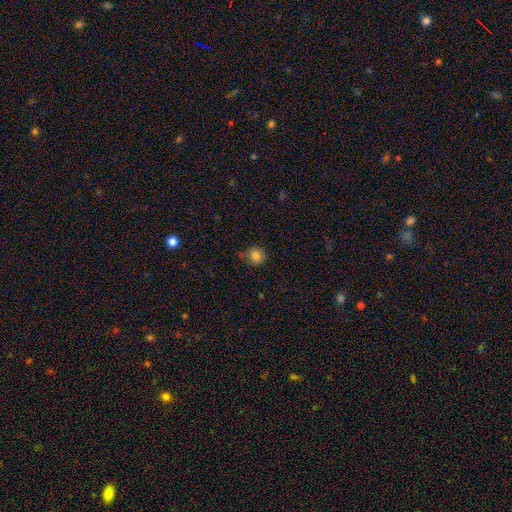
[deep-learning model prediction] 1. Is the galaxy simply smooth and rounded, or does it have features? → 82% smooth, 12% star or artifact, 6% featured or disk.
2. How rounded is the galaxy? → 87% round, 12% in between, 1% cigar-shaped.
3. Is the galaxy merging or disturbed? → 72% none, 21% minor disturbance, 5% major disturbance, 2% merger.